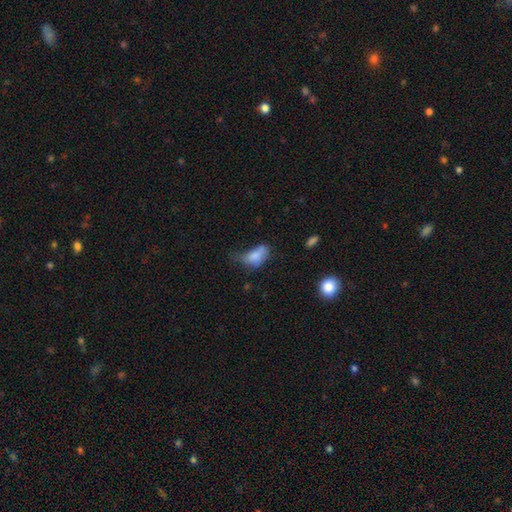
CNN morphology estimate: The model was most divided on "merging": major disturbance: 36%, minor disturbance: 33%, none: 23%, merger: 8%. More confident: how rounded — in between (87%); smooth or featured — smooth (74%).